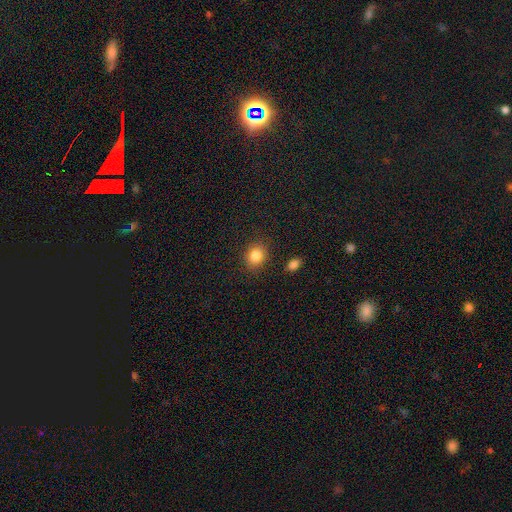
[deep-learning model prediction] Overall: smooth (84%). How rounded: round (65%; in between 34%). Merging: none (86%).